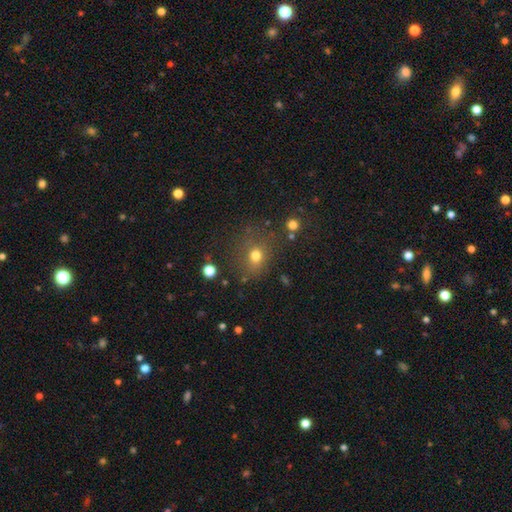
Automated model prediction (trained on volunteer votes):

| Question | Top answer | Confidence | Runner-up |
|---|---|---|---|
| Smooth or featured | smooth | 74% | star or artifact (17%) |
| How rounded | round | 63% | in between (35%) |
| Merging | none | 72% | minor disturbance (15%) |